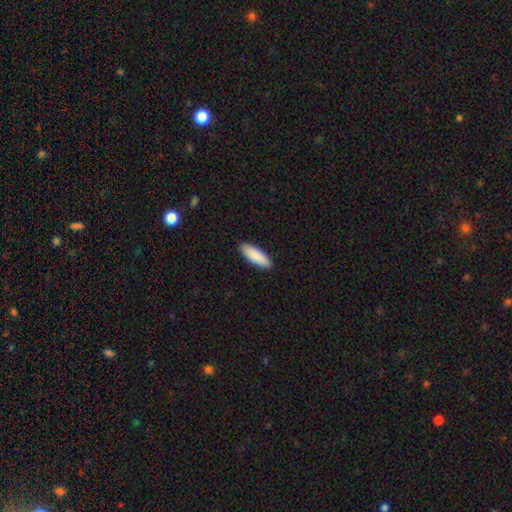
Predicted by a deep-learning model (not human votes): The model was most divided on "how rounded": in between: 59%, cigar-shaped: 39%, round: 1%. More confident: merging — none (91%); smooth or featured — smooth (90%).